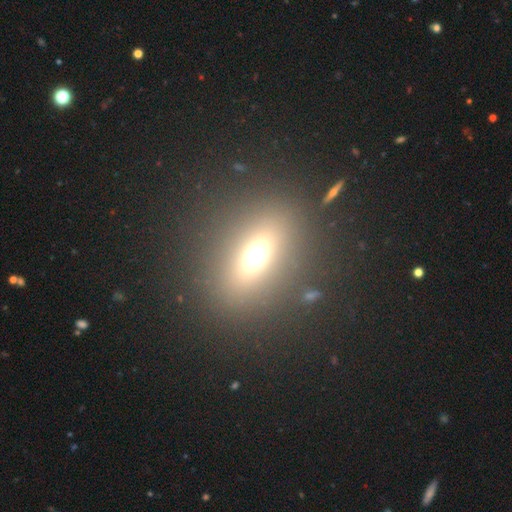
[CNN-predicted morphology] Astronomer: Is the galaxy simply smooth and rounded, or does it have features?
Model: smooth — 59%.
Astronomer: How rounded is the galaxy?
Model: in between — 61%.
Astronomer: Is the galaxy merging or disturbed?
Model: none — 83%.